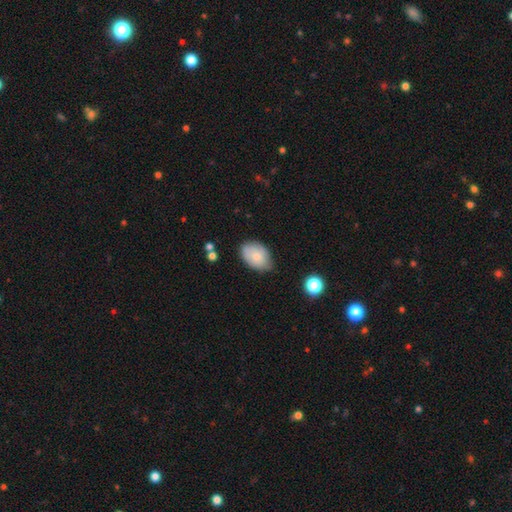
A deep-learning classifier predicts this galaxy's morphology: smooth-or-featured: smooth: 76% | featured or disk: 17% | star or artifact: 7%
  how-rounded: in between: 85% | round: 14% | cigar-shaped: 1%
  merging: none: 65% | minor disturbance: 28% | major disturbance: 5% | merger: 3%